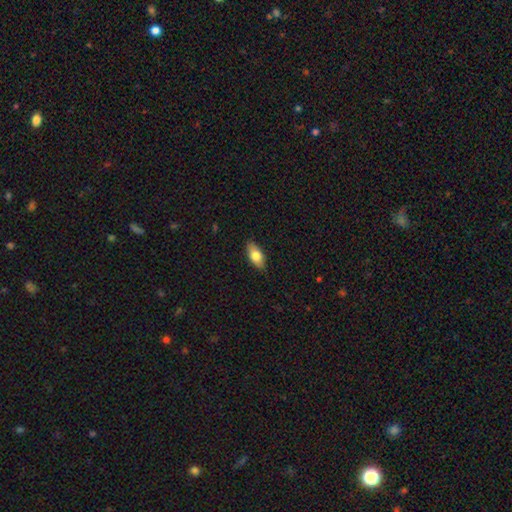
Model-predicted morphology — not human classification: Smooth or featured? Predicted: smooth (p=0.77). How rounded? Predicted: in between (p=0.86). Merging? Predicted: none (p=0.87).